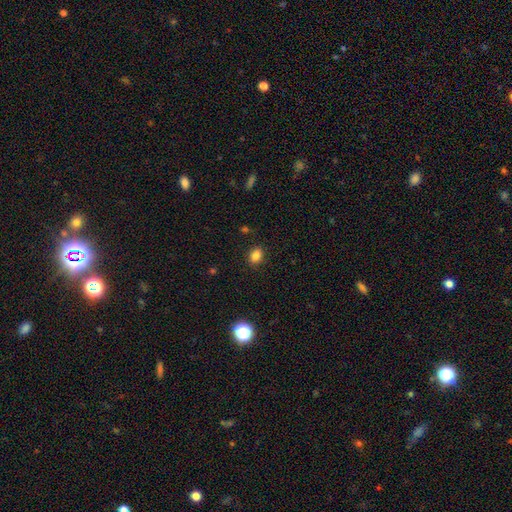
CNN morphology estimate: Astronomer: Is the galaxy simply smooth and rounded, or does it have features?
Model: smooth — 84%.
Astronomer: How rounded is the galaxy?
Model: in between — 65%.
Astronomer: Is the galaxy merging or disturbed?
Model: none — 87%.